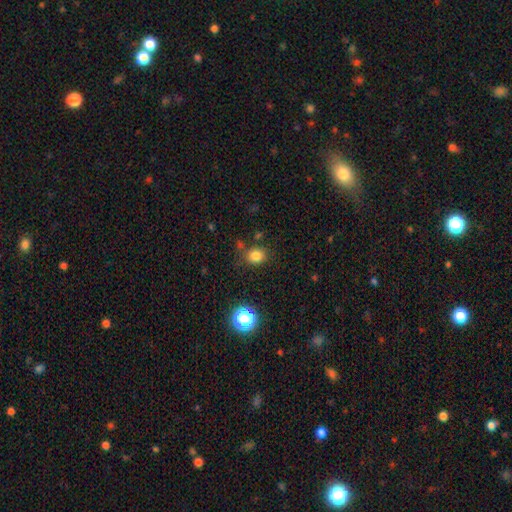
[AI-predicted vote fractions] Overall: smooth (81%). How rounded: round (62%; in between 37%). Merging: none (78%).